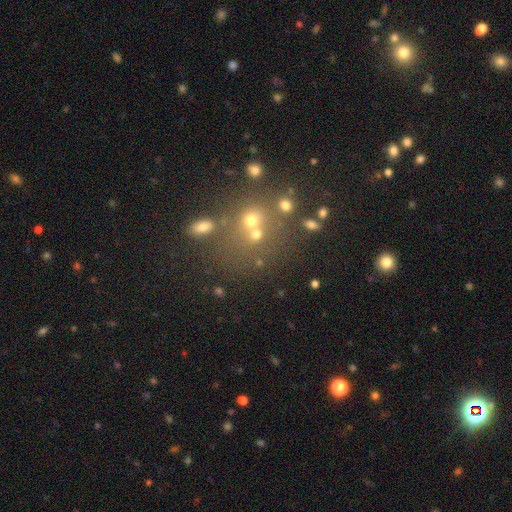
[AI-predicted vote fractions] A star or artifact, not a galaxy (47%).

Vote fractions:
- Smooth or featured? star or artifact: 47% / smooth: 36% / featured or disk: 16%